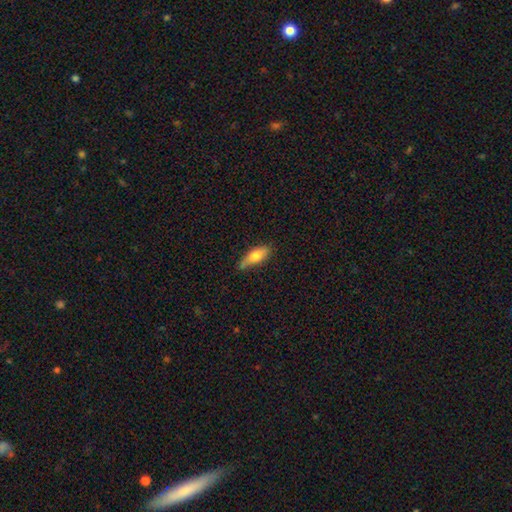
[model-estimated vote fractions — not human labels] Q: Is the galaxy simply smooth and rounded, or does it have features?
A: smooth — 72%.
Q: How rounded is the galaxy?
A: in between — 62%.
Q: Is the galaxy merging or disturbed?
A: none — 63%.